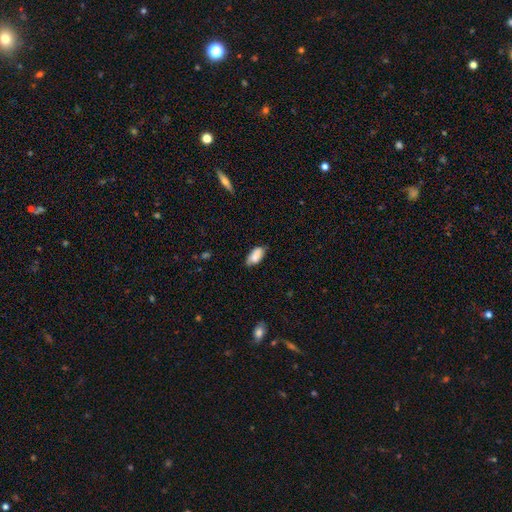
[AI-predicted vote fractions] This is clearly a smooth galaxy (81%). How rounded: clearly in between (90%). Merging: likely none (65%).